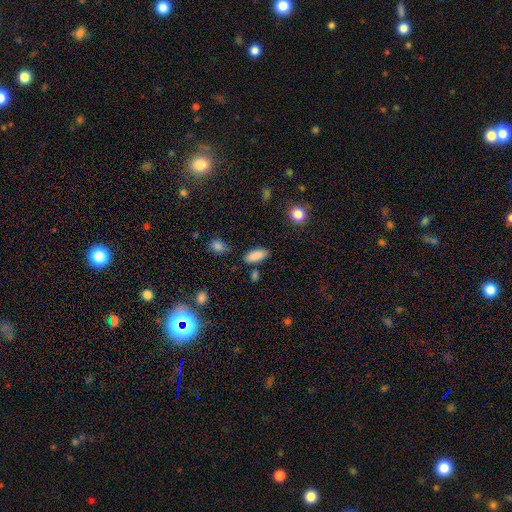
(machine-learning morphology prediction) Smooth or featured? Predicted: smooth (p=0.87). How rounded? Predicted: in between (p=0.82). Merging? Predicted: none (p=0.81).